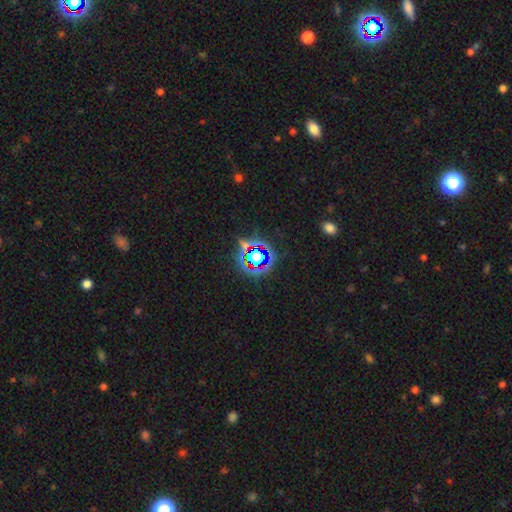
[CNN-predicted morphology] Smooth or featured? Predicted: star or artifact (p=0.69).